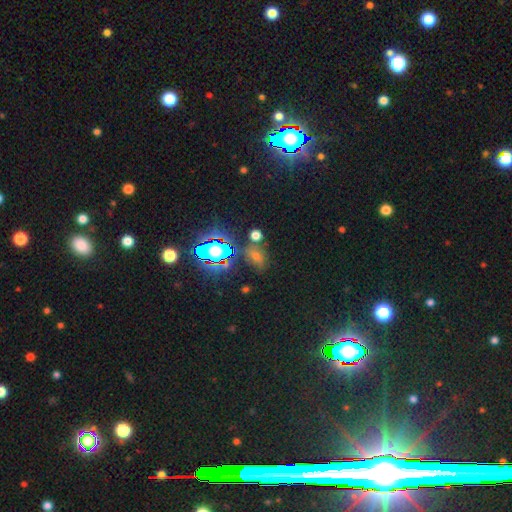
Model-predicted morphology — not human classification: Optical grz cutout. It shows a star or artifact, not a galaxy (49%).